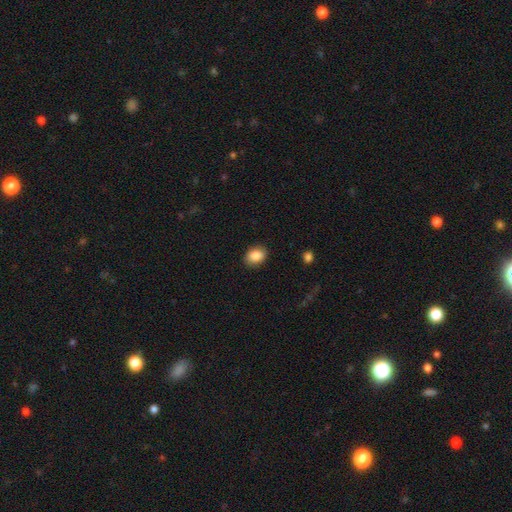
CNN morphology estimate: Q: Smooth or featured?
A: smooth (87%); runner-up: star or artifact (8%)
Q: How rounded?
A: in between (69%); runner-up: round (30%)
Q: Merging?
A: none (85%); runner-up: minor disturbance (11%)